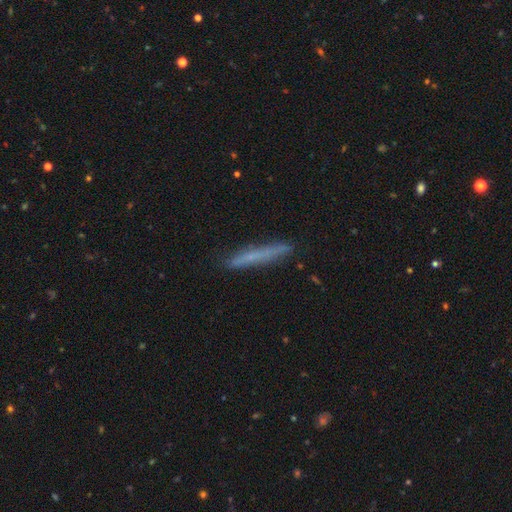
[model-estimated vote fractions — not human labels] smooth 58%, featured or disk 34%, star or artifact 8%. Down the decision tree: how rounded — cigar-shaped (96%); merging — none (87%).